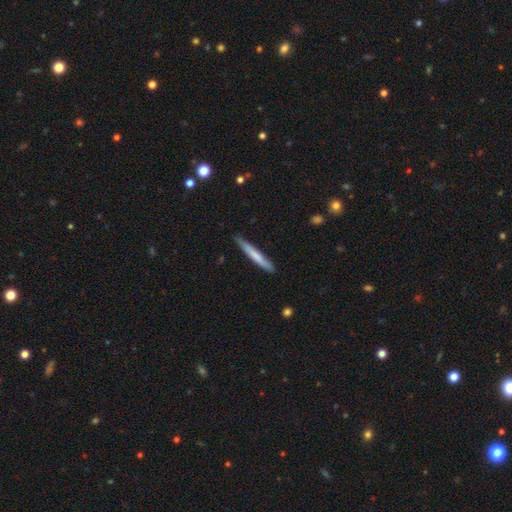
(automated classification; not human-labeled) smooth-or-featured: smooth: 66% | featured or disk: 29% | star or artifact: 5%
  how-rounded: cigar-shaped: 96% | in between: 3% | round: 1%
  merging: none: 83% | minor disturbance: 14% | major disturbance: 2% | merger: 1%